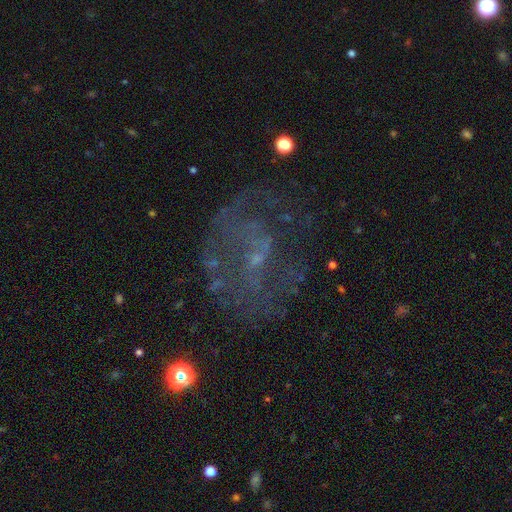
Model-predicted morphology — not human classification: A featured or disk galaxy (65%) with no bar (63%), no spiral arms (52%) and a small central bulge (57%). Merging: none (52%).